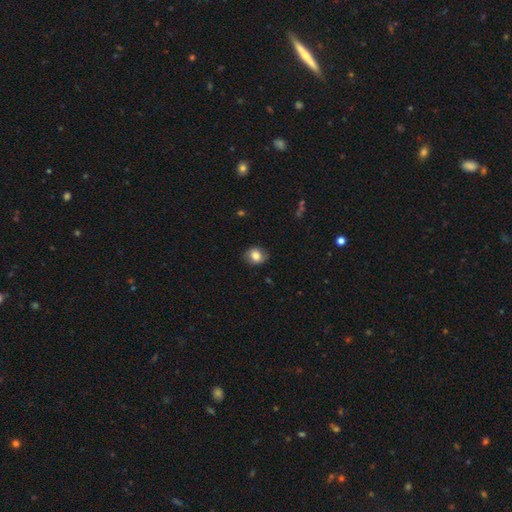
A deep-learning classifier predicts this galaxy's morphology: Smooth or featured?
  - smooth: 75% *
  - featured or disk: 16%
  - star or artifact: 9%
How rounded?
  - round: 60% *
  - in between: 39%
  - cigar-shaped: 1%
Merging?
  - none: 80% *
  - minor disturbance: 15%
  - major disturbance: 4%
  - merger: 1%